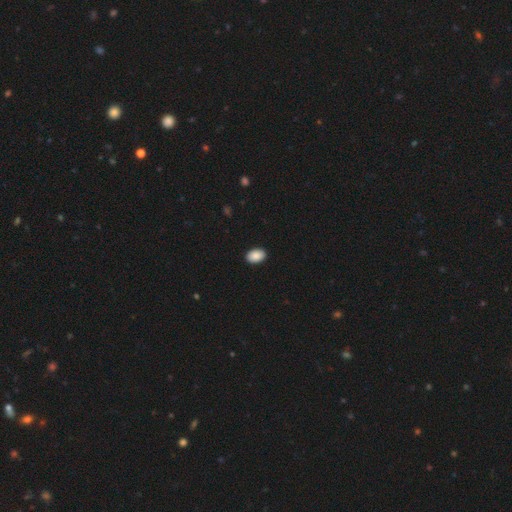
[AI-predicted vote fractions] smooth 90%, star or artifact 7%, featured or disk 3%. Down the decision tree: how rounded — in between (88%); merging — none (91%).